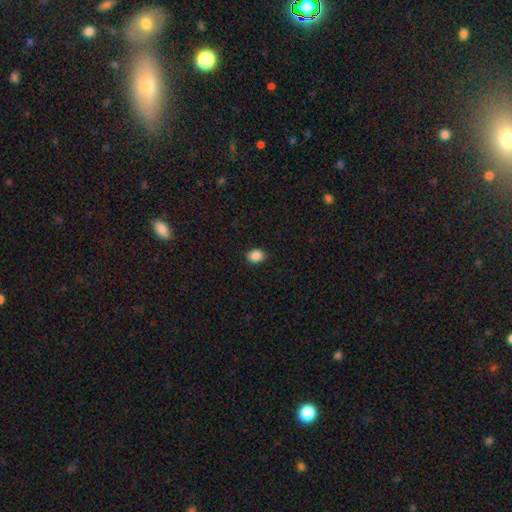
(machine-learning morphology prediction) Overall: smooth (88%). How rounded: in between (52%; round 47%). Merging: none (90%).